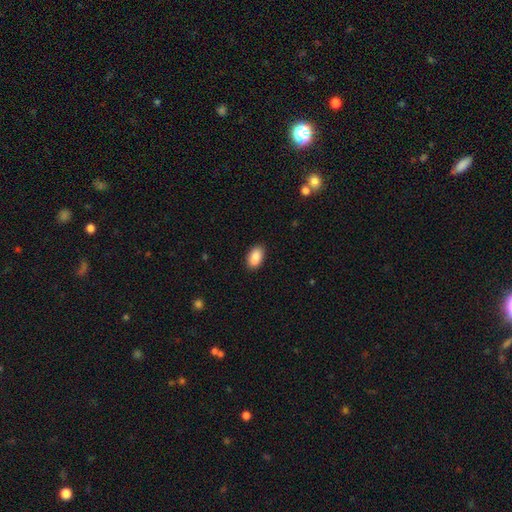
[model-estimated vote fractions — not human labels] The model was most divided on "merging": none: 86%, minor disturbance: 10%, major disturbance: 2%, merger: 2%. More confident: how rounded — in between (92%); smooth or featured — smooth (88%).